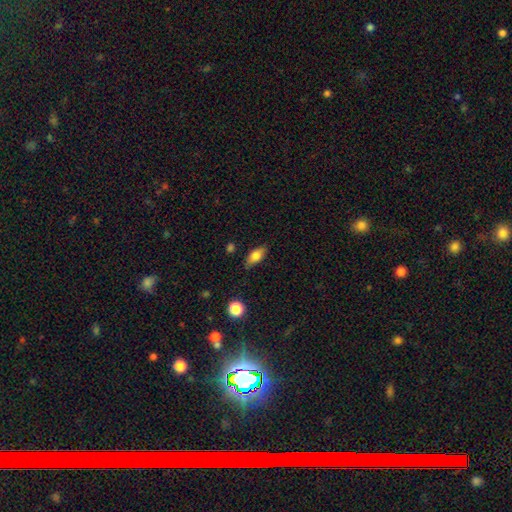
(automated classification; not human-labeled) smooth_or_featured: smooth (p=0.75) [alt: featured or disk p=0.17]
how_rounded: in between (p=0.82) [alt: cigar-shaped p=0.13]
merging: none (p=0.79) [alt: minor disturbance p=0.15]